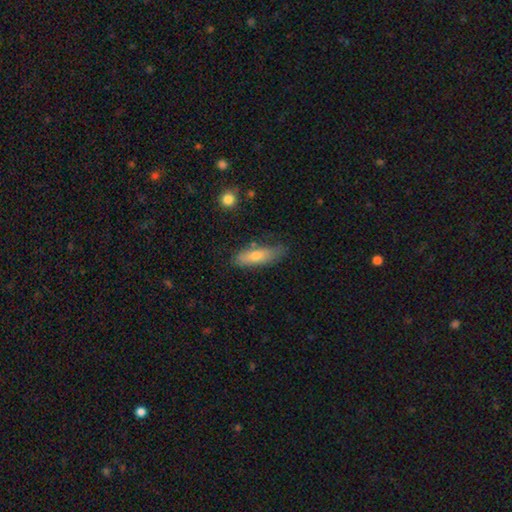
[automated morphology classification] Smooth or featured? Predicted: smooth (p=0.68). How rounded? Predicted: in between (p=0.49). Merging? Predicted: none (p=0.68).